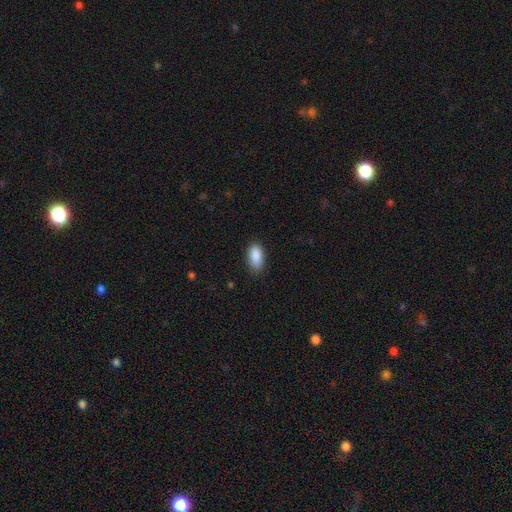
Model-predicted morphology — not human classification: smooth_or_featured: smooth (p=0.90) [alt: star or artifact p=0.07]
how_rounded: in between (p=0.91) [alt: cigar-shaped p=0.06]
merging: none (p=0.85) [alt: minor disturbance p=0.12]